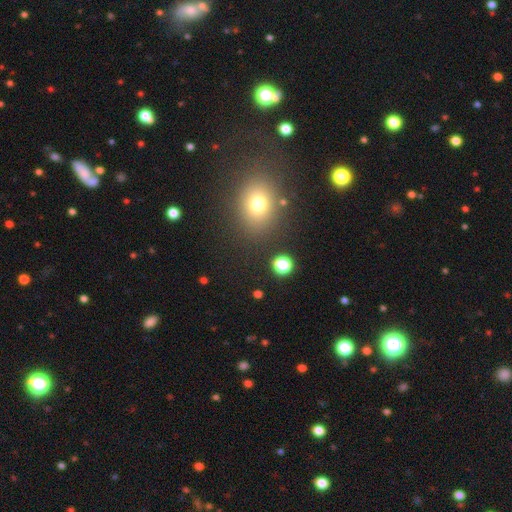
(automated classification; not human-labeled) This appears to be a smooth galaxy with no disk features (62%) that is in between round and cigar-shaped (54%). Merging: none (86%).